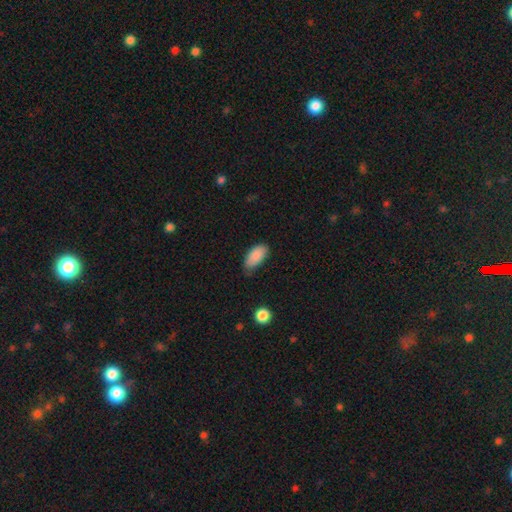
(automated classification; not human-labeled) Smooth or featured? smooth (88%)
How rounded? in between (92%)
Merging? none (64%)